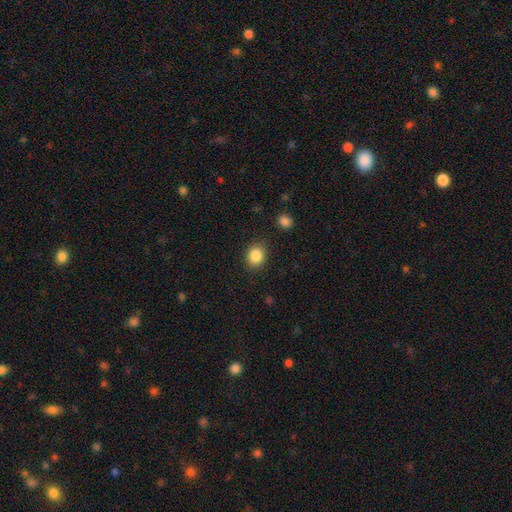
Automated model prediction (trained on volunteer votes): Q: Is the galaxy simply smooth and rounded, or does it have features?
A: smooth — 86%.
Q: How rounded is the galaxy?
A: round — 59%.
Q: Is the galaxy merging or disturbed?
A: none — 86%.